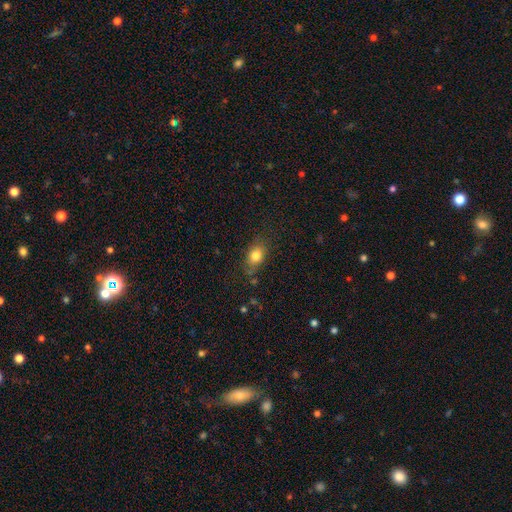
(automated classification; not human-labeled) smooth-or-featured: smooth: 81% | featured or disk: 10% | star or artifact: 10%
  how-rounded: in between: 74% | round: 23% | cigar-shaped: 3%
  merging: none: 75% | minor disturbance: 18% | major disturbance: 5% | merger: 2%